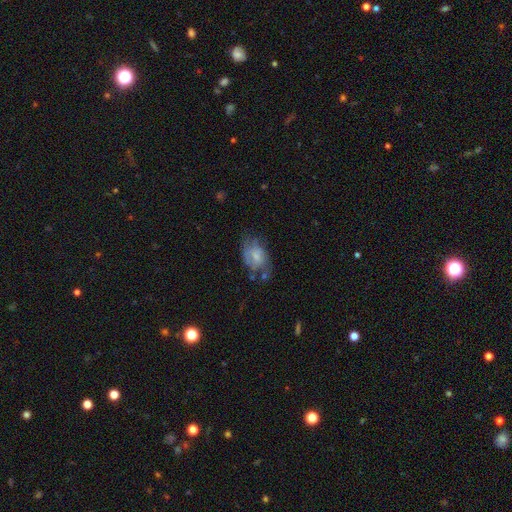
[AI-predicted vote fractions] A smooth galaxy with no disk features (53%) that is in between round and cigar-shaped (83%). Merging: none (38%).